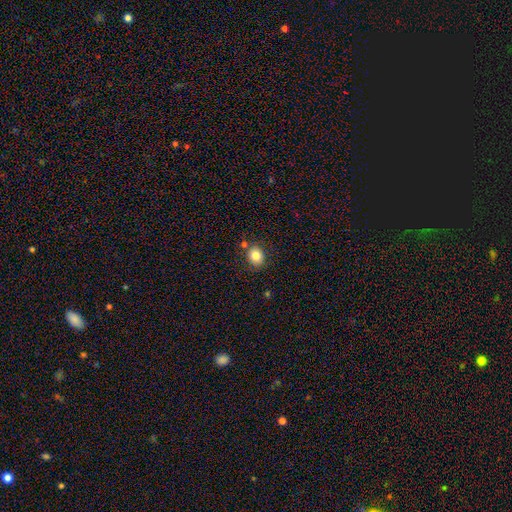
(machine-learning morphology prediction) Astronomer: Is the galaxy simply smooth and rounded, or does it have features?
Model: smooth — 82%.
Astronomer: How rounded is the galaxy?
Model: round — 69%.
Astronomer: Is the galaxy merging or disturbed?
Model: none — 79%.